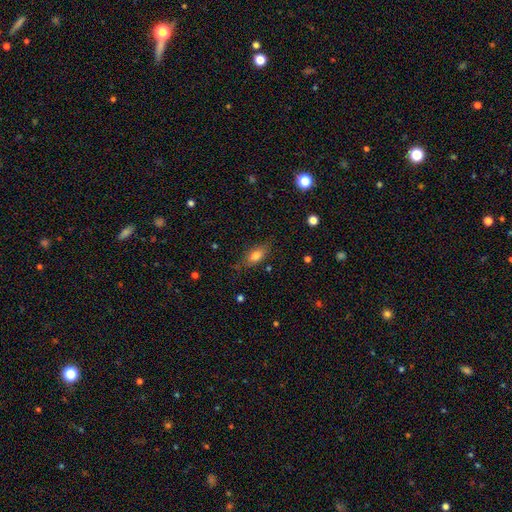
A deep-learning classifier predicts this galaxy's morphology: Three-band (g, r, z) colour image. It shows a smooth galaxy with no disk features (76%) that is in between round and cigar-shaped (82%). Merging: none (75%).